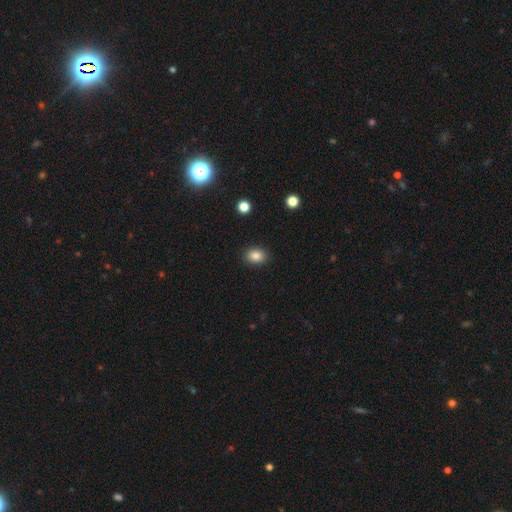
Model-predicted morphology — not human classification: Smooth or featured? Predicted: smooth (p=0.86). How rounded? Predicted: in between (p=0.60). Merging? Predicted: none (p=0.89).